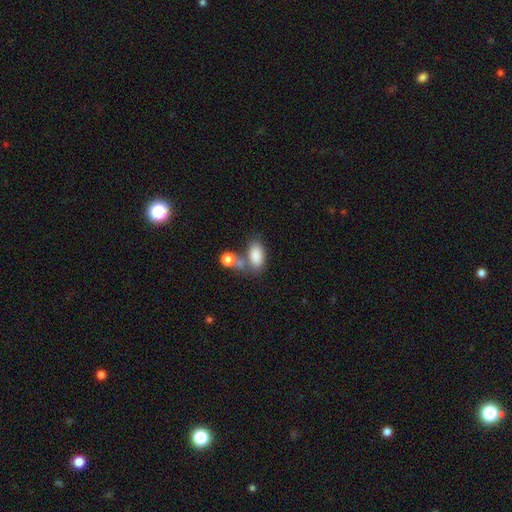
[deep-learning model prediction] The model was most divided on "merging": none: 46%, merger: 31%, minor disturbance: 15%, major disturbance: 8%. More confident: how rounded — in between (91%); smooth or featured — smooth (84%).